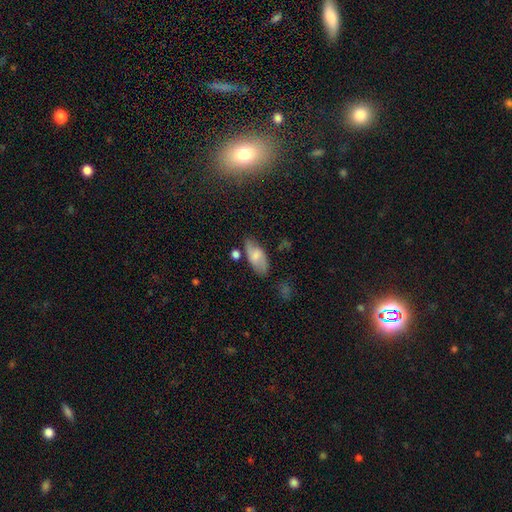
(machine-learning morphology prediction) smooth 67%, featured or disk 26%, star or artifact 7%. Down the decision tree: how rounded — in between (89%); merging — none (67%).